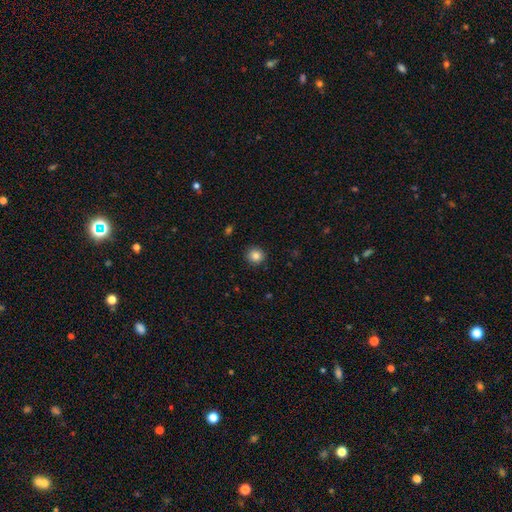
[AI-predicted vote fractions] smooth-or-featured: smooth: 85% | star or artifact: 10% | featured or disk: 5%
  how-rounded: round: 93% | in between: 6% | cigar-shaped: 1%
  merging: none: 91% | minor disturbance: 6% | major disturbance: 2% | merger: 1%